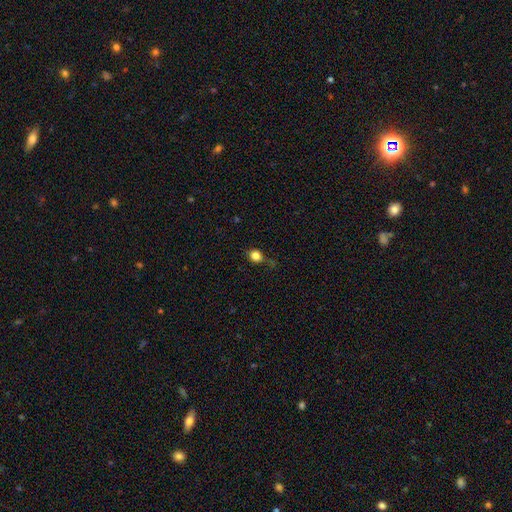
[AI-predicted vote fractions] Smooth or featured?
  - smooth: 82% *
  - star or artifact: 12%
  - featured or disk: 6%
How rounded?
  - round: 77% *
  - in between: 22%
  - cigar-shaped: 1%
Merging?
  - none: 65% *
  - minor disturbance: 23%
  - major disturbance: 8%
  - merger: 4%